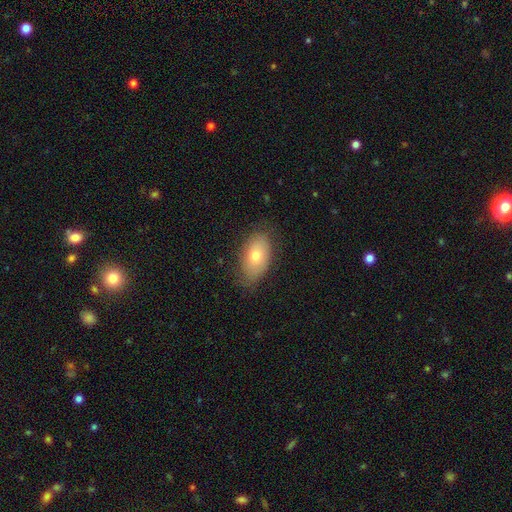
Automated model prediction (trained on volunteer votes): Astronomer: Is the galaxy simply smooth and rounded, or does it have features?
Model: smooth — 72%.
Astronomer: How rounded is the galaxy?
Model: in between — 92%.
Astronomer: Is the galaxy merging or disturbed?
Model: none — 78%.